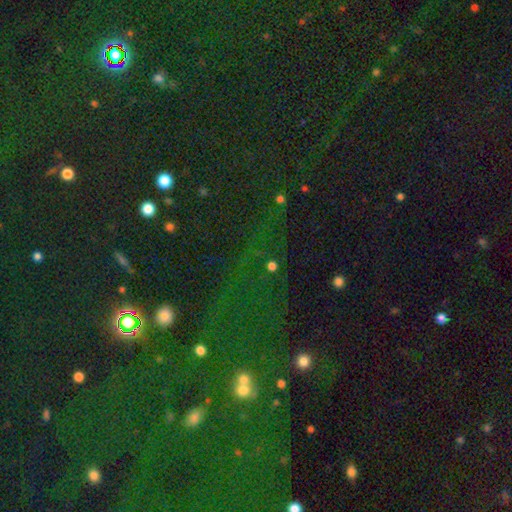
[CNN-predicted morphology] This is likely a star or artifact rather than a galaxy (76%).